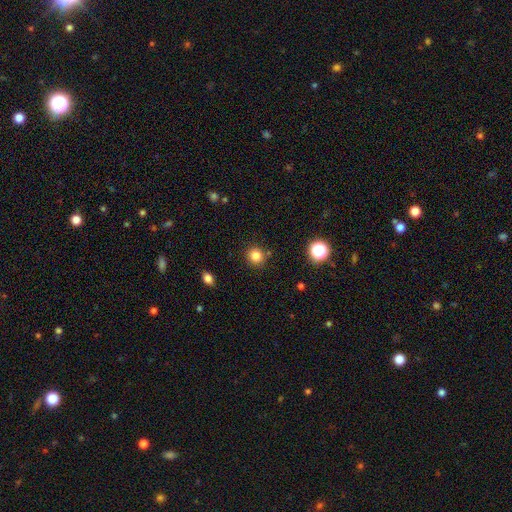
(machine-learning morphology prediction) Q: Smooth or featured?
A: smooth (83%); runner-up: star or artifact (13%)
Q: How rounded?
A: round (91%); runner-up: in between (8%)
Q: Merging?
A: none (87%); runner-up: minor disturbance (8%)